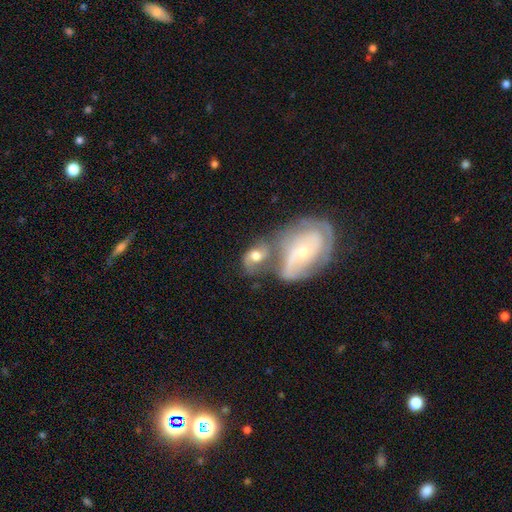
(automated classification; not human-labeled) Morphology: type=featured or disk (51%); edge-on=no (95%); merging=merger (54%).